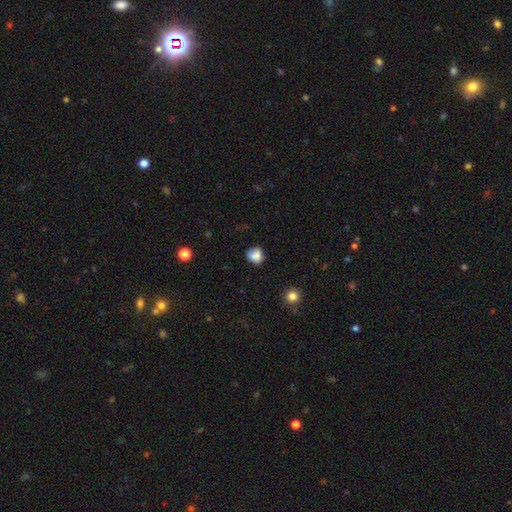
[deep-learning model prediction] smooth_or_featured: smooth (p=0.82) [alt: star or artifact p=0.10]
how_rounded: round (p=0.70) [alt: in between p=0.29]
merging: none (p=0.62) [alt: minor disturbance p=0.27]